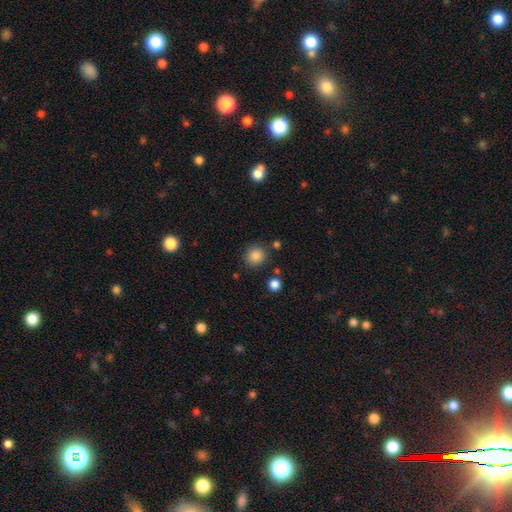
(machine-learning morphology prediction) Smooth or featured? smooth (86%)
How rounded? round (88%)
Merging? none (84%)